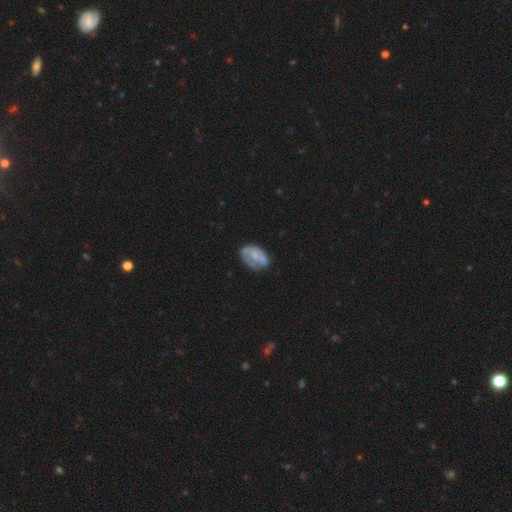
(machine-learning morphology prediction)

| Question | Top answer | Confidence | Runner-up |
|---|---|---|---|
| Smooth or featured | featured or disk | 47% | smooth (46%) |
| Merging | none | 51% | minor disturbance (30%) |